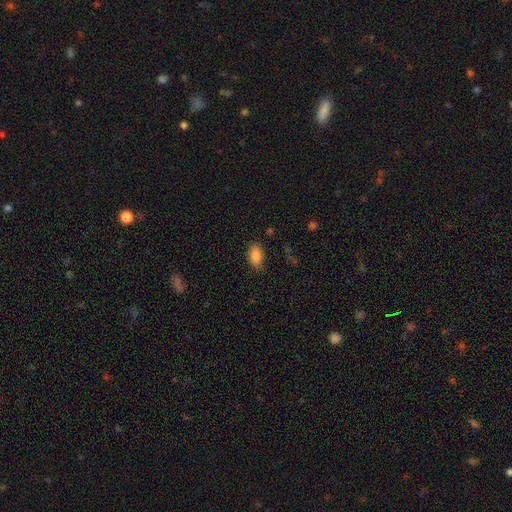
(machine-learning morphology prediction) smooth_or_featured: smooth (p=0.86) [alt: star or artifact p=0.08]
how_rounded: in between (p=0.91) [alt: round p=0.06]
merging: none (p=0.84) [alt: minor disturbance p=0.12]